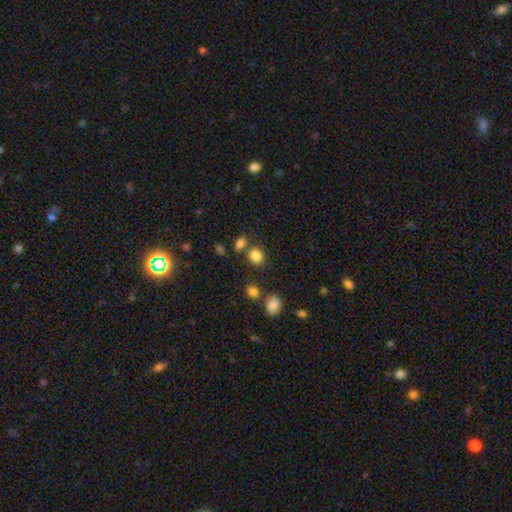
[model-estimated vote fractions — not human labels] This appears to be a smooth galaxy with no disk features (83%) that is round (71%). Merging: none (71%).